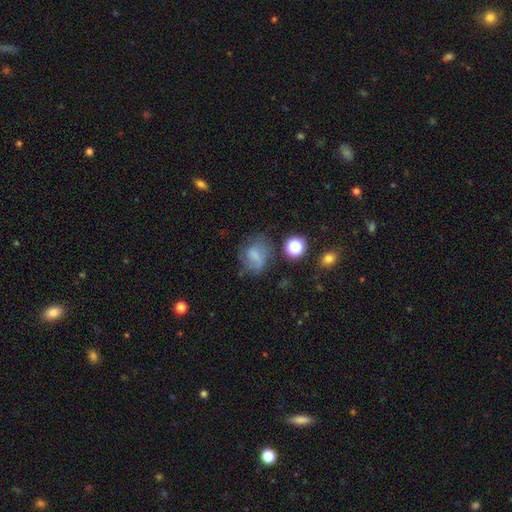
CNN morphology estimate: Smooth or featured: smooth — 55% (featured or disk — 31%)
How rounded: round — 52% (in between — 46%)
Merging: none — 52% (minor disturbance — 25%)